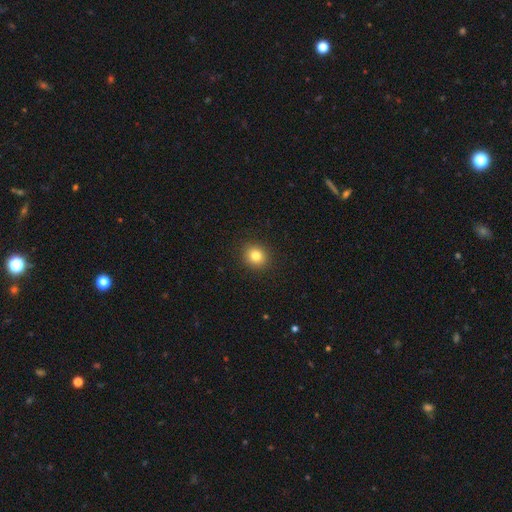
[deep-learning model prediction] smooth-or-featured: smooth: 82% | star or artifact: 11% | featured or disk: 7%
  how-rounded: round: 78% | in between: 21% | cigar-shaped: 1%
  merging: none: 91% | minor disturbance: 6% | major disturbance: 2% | merger: 1%